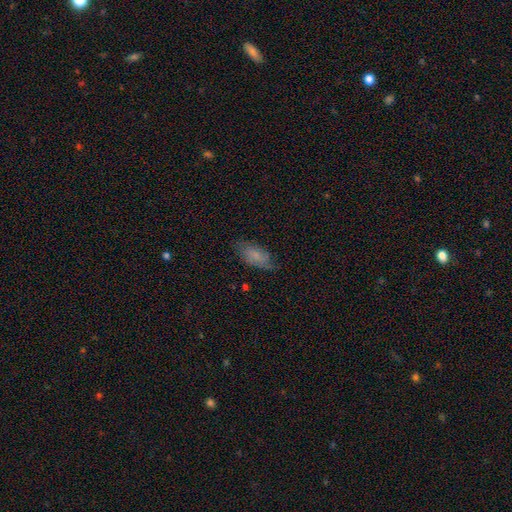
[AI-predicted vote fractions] This is likely a smooth galaxy (66%). How rounded: clearly in between (89%). Merging: likely none (67%).